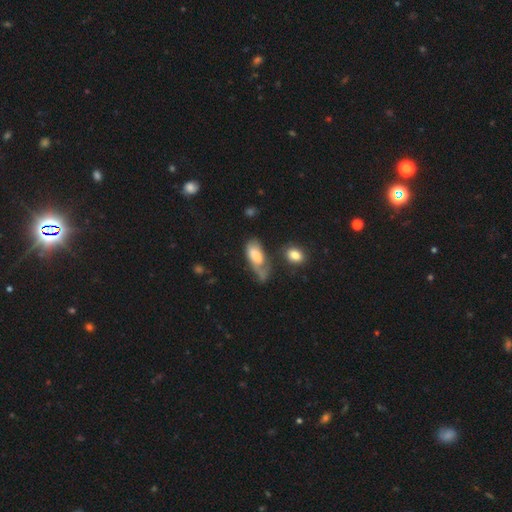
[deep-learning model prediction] This is likely a smooth galaxy (63%). How rounded: clearly in between (87%). Merging: marginally major disturbance (35%).